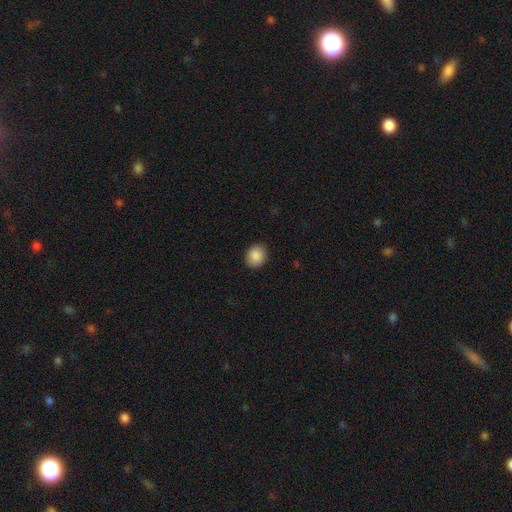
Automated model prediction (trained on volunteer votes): A smooth galaxy with no disk features (88%) that is round (69%).

Vote fractions:
- Smooth or featured? smooth: 88% / star or artifact: 8% / featured or disk: 3%
- How rounded? round: 69% / in between: 30% / cigar-shaped: 1%
- Merging? none: 90% / minor disturbance: 7% / major disturbance: 2% / merger: 1%